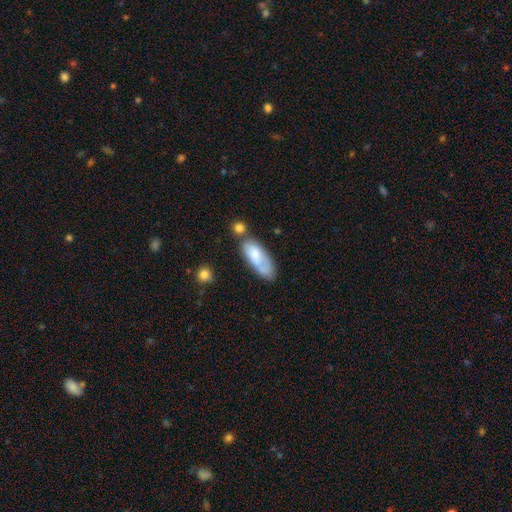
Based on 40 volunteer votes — This appears to be a smooth galaxy with no disk features (80%) that is in between round and cigar-shaped (62%). Merging: none (49%).